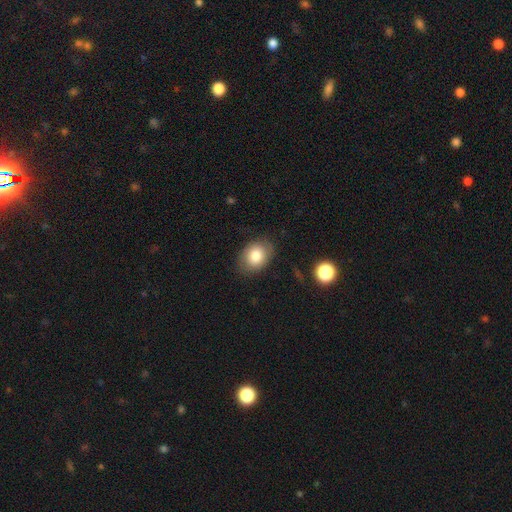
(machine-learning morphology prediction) Smooth or featured? Predicted: smooth (p=0.79). How rounded? Predicted: in between (p=0.60). Merging? Predicted: none (p=0.82).